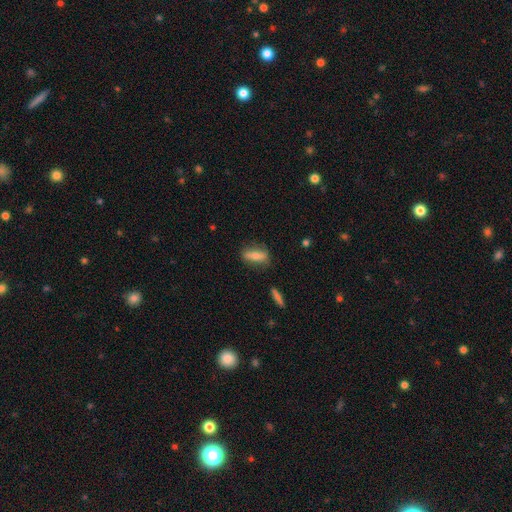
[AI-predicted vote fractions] Smooth or featured? Predicted: smooth (p=0.63). How rounded? Predicted: in between (p=0.57). Merging? Predicted: none (p=0.74).